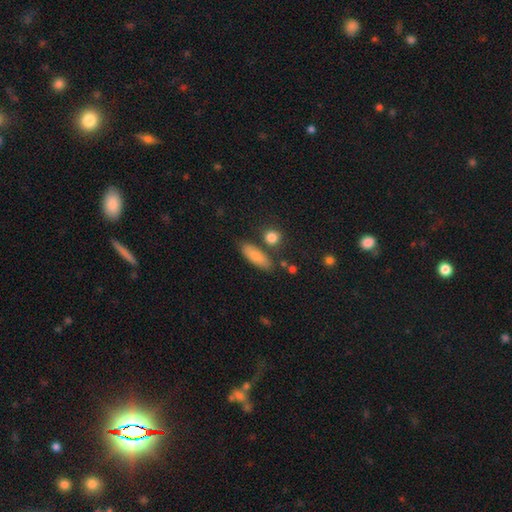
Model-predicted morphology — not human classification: Smooth or featured? smooth (81%)
How rounded? in between (65%)
Merging? none (75%)